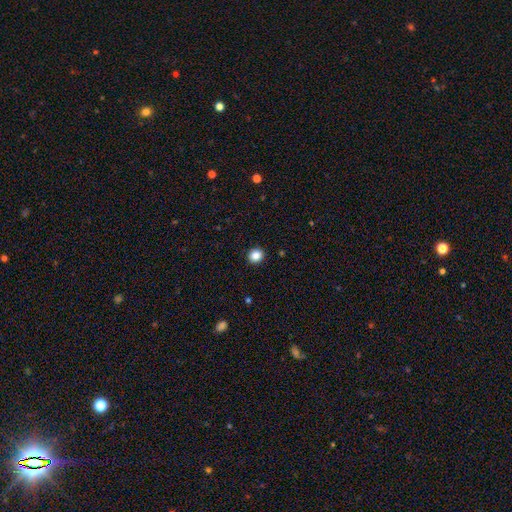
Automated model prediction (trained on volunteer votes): Morphology: type=smooth (86%); roundness=round (85%); merging=none (92%).